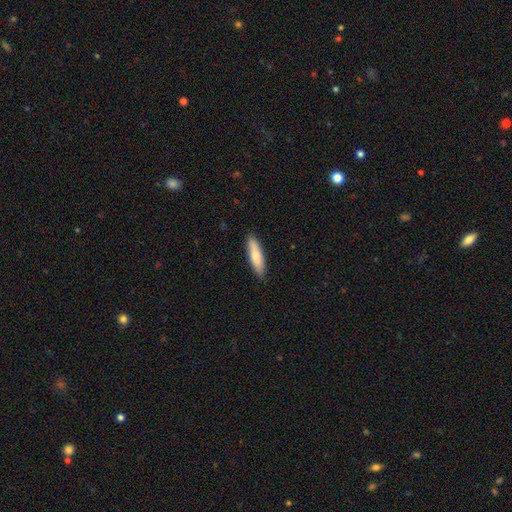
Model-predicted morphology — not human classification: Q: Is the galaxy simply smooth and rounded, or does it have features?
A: smooth — 75%.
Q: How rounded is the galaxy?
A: cigar-shaped — 66%.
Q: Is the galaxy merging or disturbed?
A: none — 87%.